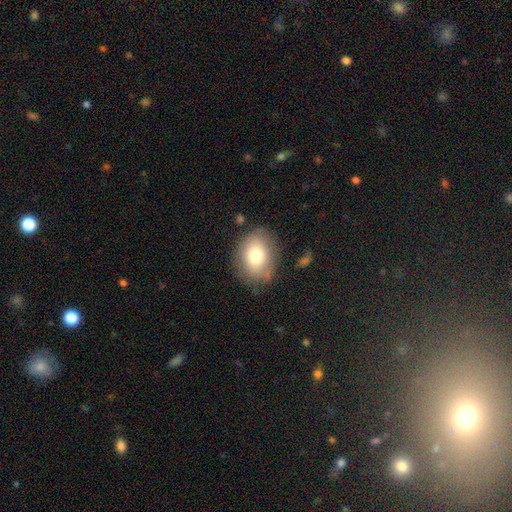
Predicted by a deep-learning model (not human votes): Smooth or featured? Predicted: smooth (p=0.76). How rounded? Predicted: in between (p=0.56). Merging? Predicted: none (p=0.76).